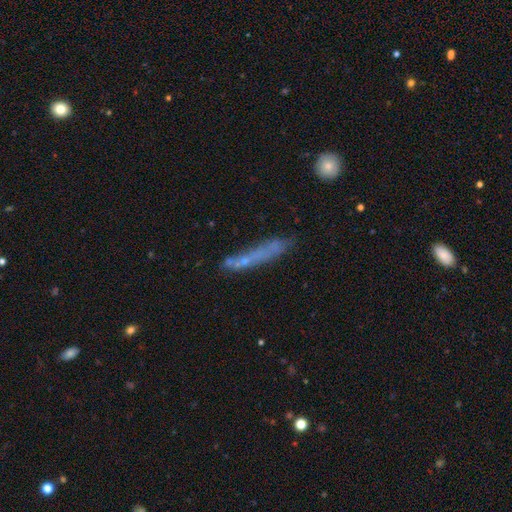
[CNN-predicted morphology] Q: Smooth or featured?
A: smooth (51%); runner-up: featured or disk (36%)
Q: How rounded?
A: cigar-shaped (92%); runner-up: in between (6%)
Q: Merging?
A: none (64%); runner-up: minor disturbance (21%)